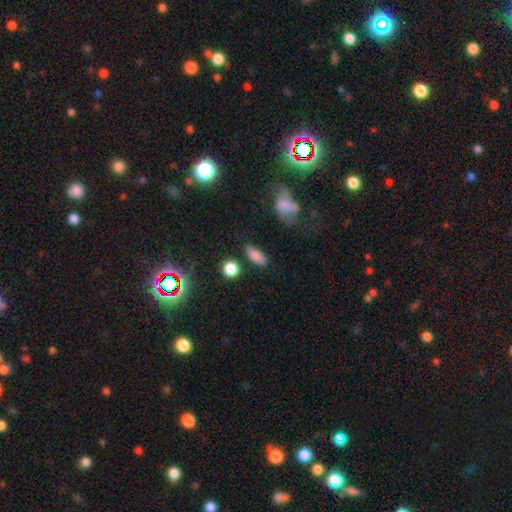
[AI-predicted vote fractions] This appears to be a smooth galaxy with no disk features (79%) that is in between round and cigar-shaped (79%). Merging: none (75%).